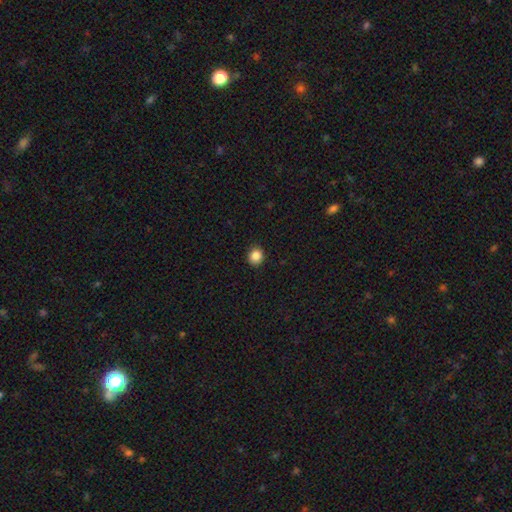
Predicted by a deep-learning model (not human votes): smooth-or-featured: smooth: 87% | star or artifact: 10% | featured or disk: 3%
  how-rounded: round: 80% | in between: 19% | cigar-shaped: 1%
  merging: none: 91% | minor disturbance: 6% | major disturbance: 2% | merger: 1%